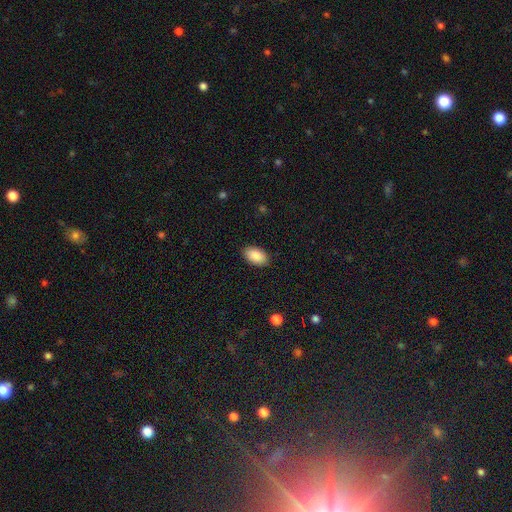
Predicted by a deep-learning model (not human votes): smooth_or_featured: smooth (p=0.89) [alt: star or artifact p=0.07]
how_rounded: in between (p=0.94) [alt: round p=0.04]
merging: none (p=0.88) [alt: minor disturbance p=0.09]